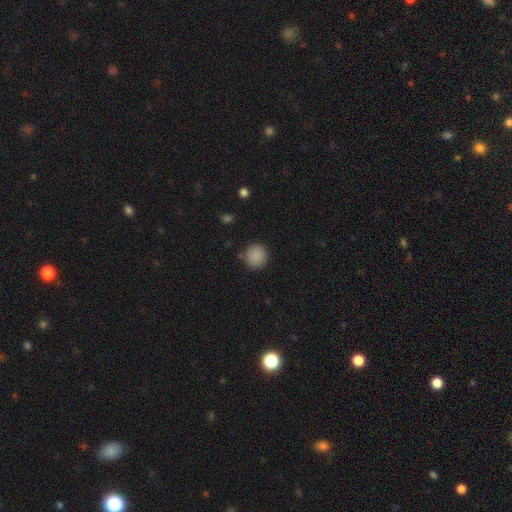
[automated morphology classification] Smooth or featured? Predicted: smooth (p=0.88). How rounded? Predicted: round (p=0.91). Merging? Predicted: none (p=0.84).